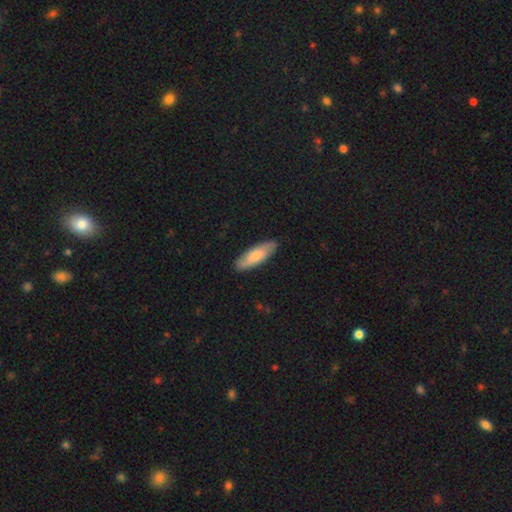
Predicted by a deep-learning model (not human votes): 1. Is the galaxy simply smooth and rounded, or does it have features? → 68% smooth, 27% featured or disk, 5% star or artifact.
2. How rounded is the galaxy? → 58% in between, 41% cigar-shaped, 2% round.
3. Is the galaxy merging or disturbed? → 87% none, 10% minor disturbance, 2% major disturbance, 1% merger.